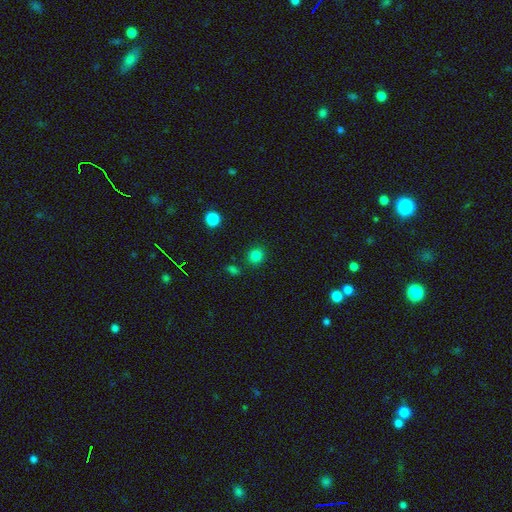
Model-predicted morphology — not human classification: Smooth or featured?
  - smooth: 82% *
  - star or artifact: 14%
  - featured or disk: 4%
How rounded?
  - round: 88% *
  - in between: 11%
  - cigar-shaped: 1%
Merging?
  - none: 86% *
  - minor disturbance: 8%
  - merger: 4%
  - major disturbance: 3%